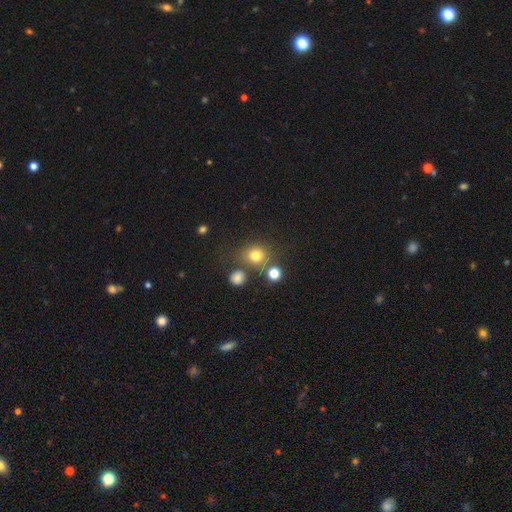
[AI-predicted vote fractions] Overall: smooth (76%). How rounded: round (80%). Merging: none (69%).